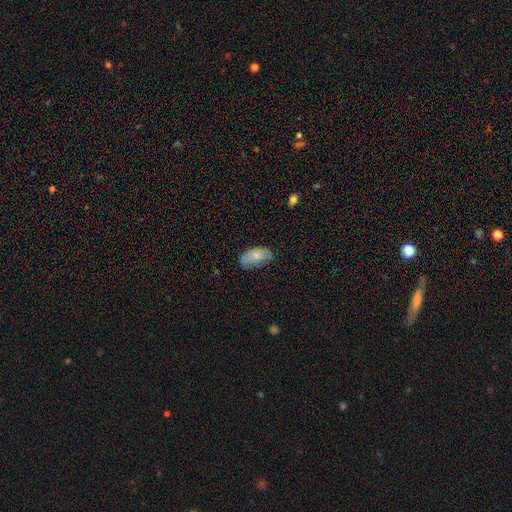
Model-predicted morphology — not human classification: type=smooth (73%); roundness=in between (94%); merging=none (66%).